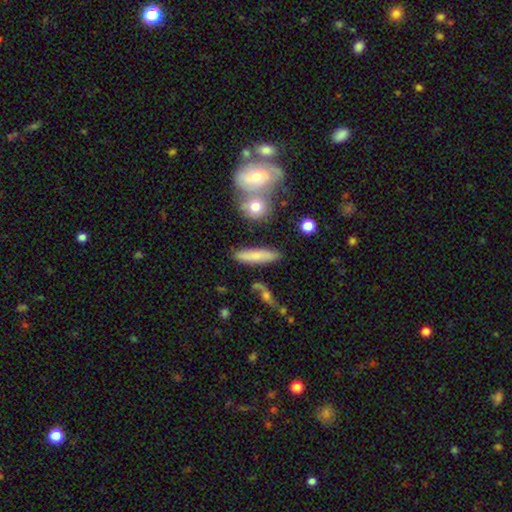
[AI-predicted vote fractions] This is likely a smooth galaxy (68%). How rounded: likely cigar-shaped (70%). Merging: likely none (70%).